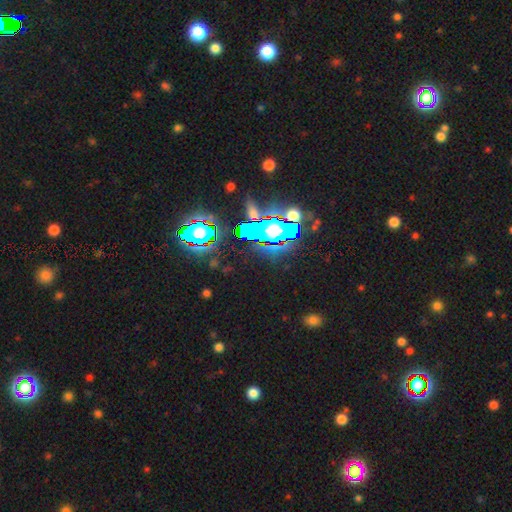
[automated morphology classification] The model was most divided on "smooth or featured": star or artifact: 83%, smooth: 9%, featured or disk: 7%.